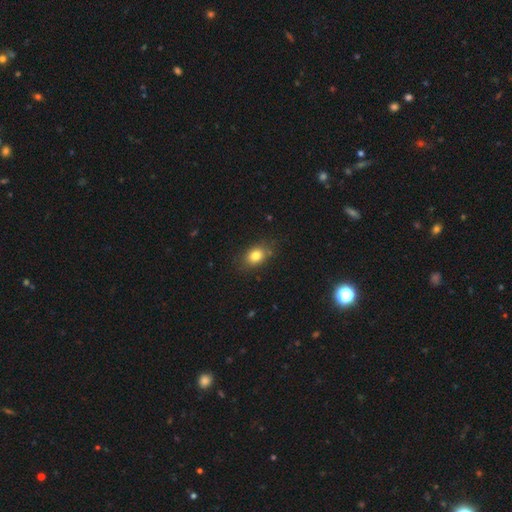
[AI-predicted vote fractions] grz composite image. It shows a smooth galaxy with no disk features (81%) that is in between round and cigar-shaped (71%). Merging: none (79%).